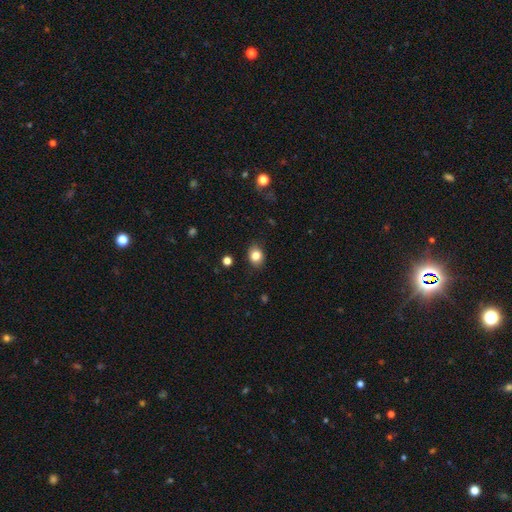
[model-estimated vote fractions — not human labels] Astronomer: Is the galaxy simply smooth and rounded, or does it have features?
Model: smooth — 82%.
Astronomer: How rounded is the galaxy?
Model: round — 51% (runner-up: in between, 48%).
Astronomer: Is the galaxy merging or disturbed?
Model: none — 85%.